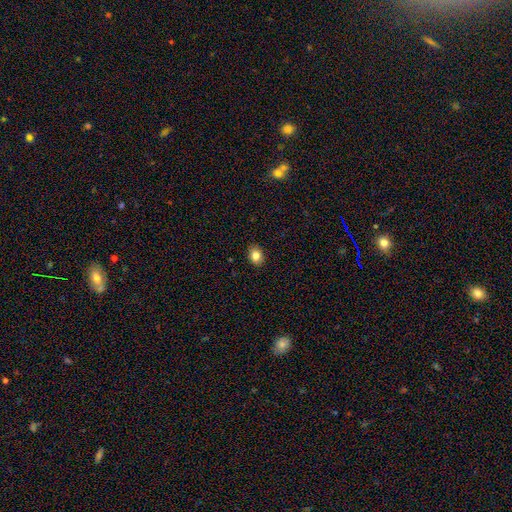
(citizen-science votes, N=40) Morphology: type=smooth (85%); roundness=round (56%); merging=none (86%).